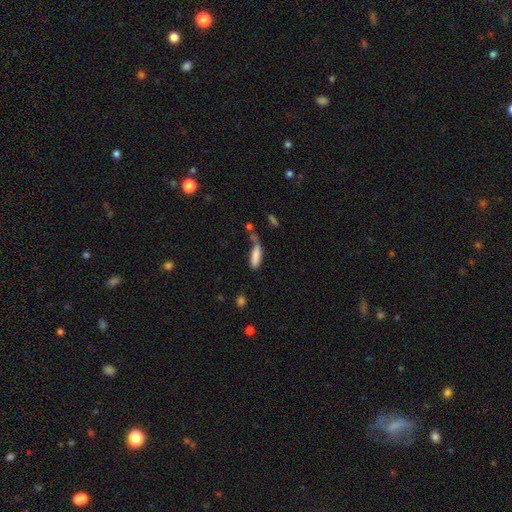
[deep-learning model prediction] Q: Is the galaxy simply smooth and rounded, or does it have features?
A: smooth — 81%.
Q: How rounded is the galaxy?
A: cigar-shaped — 50%.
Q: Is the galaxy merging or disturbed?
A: none — 38%.